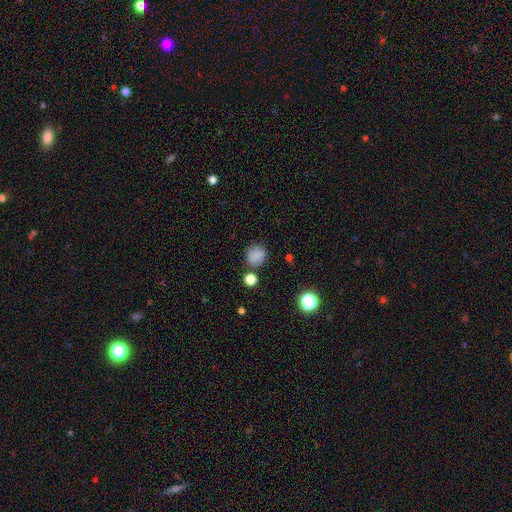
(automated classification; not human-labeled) A smooth galaxy with no disk features (82%) that is round (82%). Merging: none (77%).